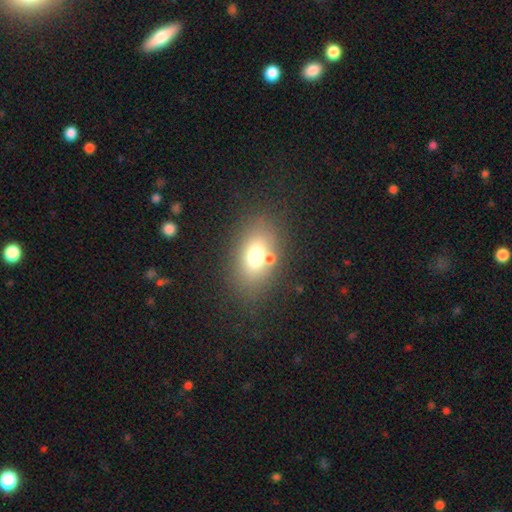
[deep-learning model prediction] The model was most divided on "merging": none: 65%, merger: 17%, minor disturbance: 11%, major disturbance: 6%. More confident: how rounded — in between (75%); smooth or featured — smooth (67%).